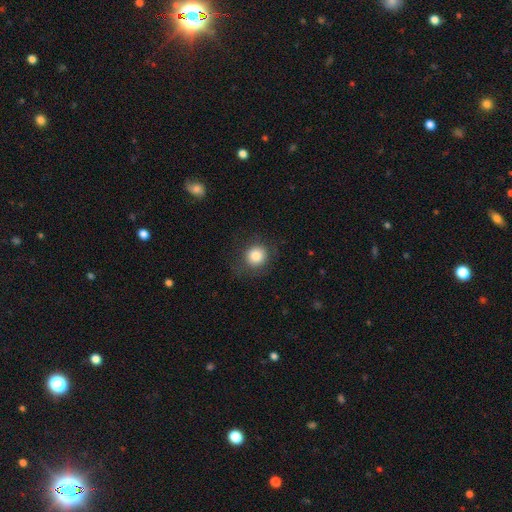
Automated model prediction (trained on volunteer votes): Smooth or featured? Predicted: smooth (p=0.83). How rounded? Predicted: round (p=0.89). Merging? Predicted: none (p=0.83).